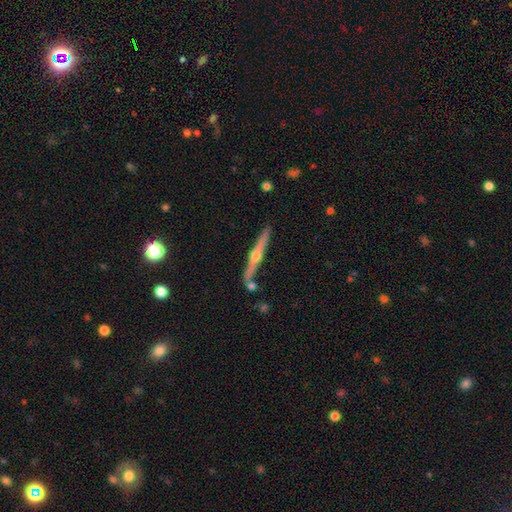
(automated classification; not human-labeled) smooth-or-featured: featured or disk: 78% | smooth: 16% | star or artifact: 6%
  disk-edge-on: yes: 98% | no: 2%
    edge-on-bulge: rounded: 92% | none: 5% | boxy: 3%
  merging: none: 85% | minor disturbance: 8% | merger: 5% | major disturbance: 2%